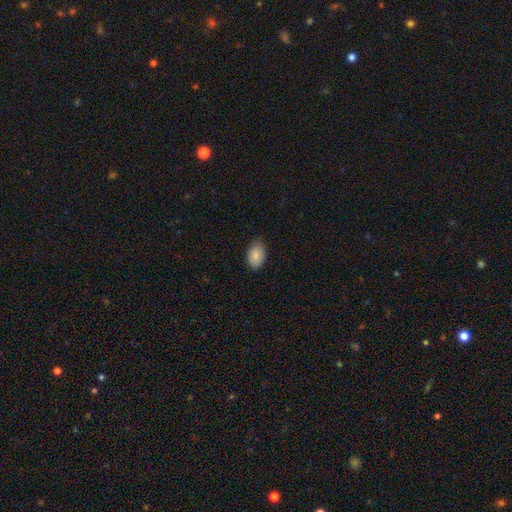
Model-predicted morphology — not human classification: smooth_or_featured: smooth (p=0.87) [alt: star or artifact p=0.07]
how_rounded: in between (p=0.91) [alt: round p=0.08]
merging: none (p=0.81) [alt: minor disturbance p=0.15]